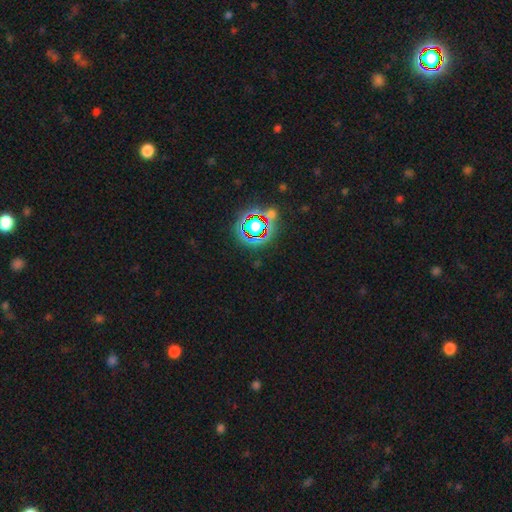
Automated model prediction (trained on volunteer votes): Smooth or featured? Predicted: star or artifact (p=0.77).